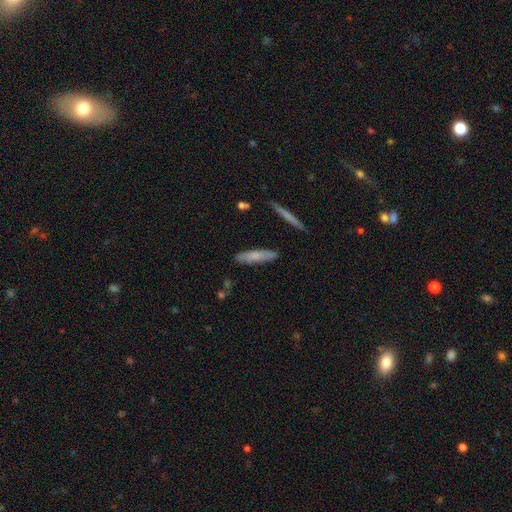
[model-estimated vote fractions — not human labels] Q: Smooth or featured?
A: smooth (68%); runner-up: featured or disk (26%)
Q: How rounded?
A: cigar-shaped (82%); runner-up: in between (16%)
Q: Merging?
A: none (84%); runner-up: minor disturbance (12%)